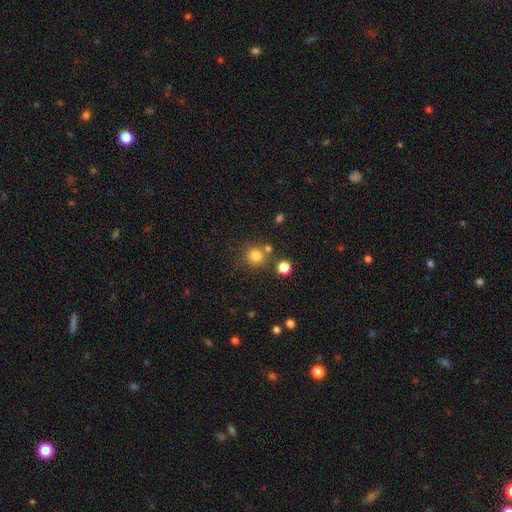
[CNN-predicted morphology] Overall: smooth (79%). How rounded: round (92%). Merging: none (73%).